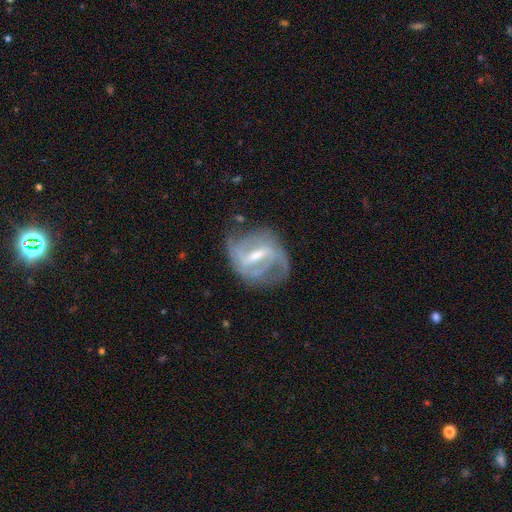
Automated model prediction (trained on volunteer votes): smooth-or-featured: featured or disk: 86% | smooth: 8% | star or artifact: 6%
  disk-edge-on: no: 95% | yes: 5%
    bar: strong: 58% | weak: 35% | no: 7%
    has-spiral-arms: yes: 92% | no: 8%
      spiral-winding: medium: 44% | tight: 34% | loose: 22%
      spiral-arm-count: 2: 56% | can't tell: 18% | 3: 15% | 1: 5% | 4: 4% | more than 4: 3%
    bulge-size: moderate: 50% | small: 43% | large: 3% | none: 3% | dominant: 1%
  merging: none: 62% | minor disturbance: 22% | major disturbance: 13% | merger: 2%